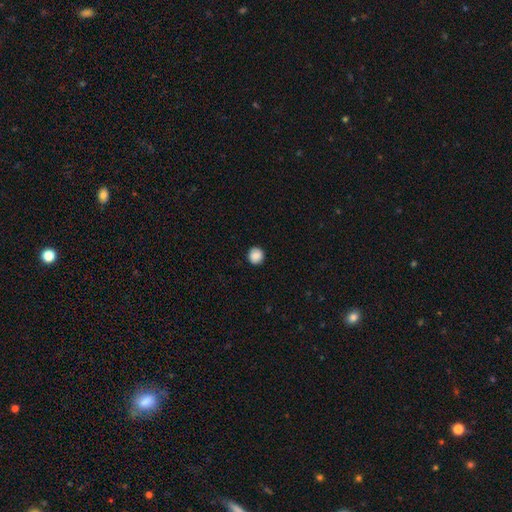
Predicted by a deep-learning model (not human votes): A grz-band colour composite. It shows a smooth galaxy with no disk features (87%) that is round (94%). Merging: none (91%).